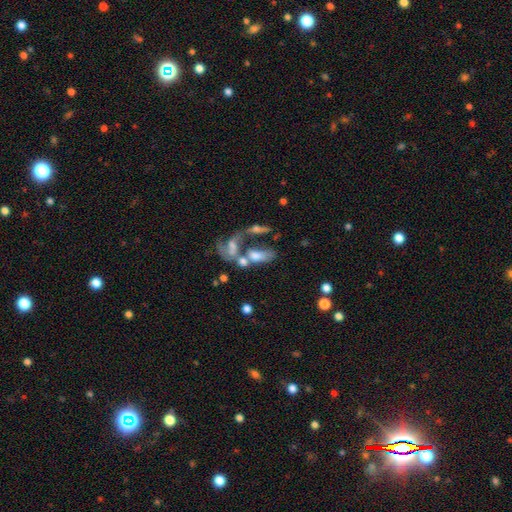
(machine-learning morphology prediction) type=smooth (44%); merging=merger (58%).